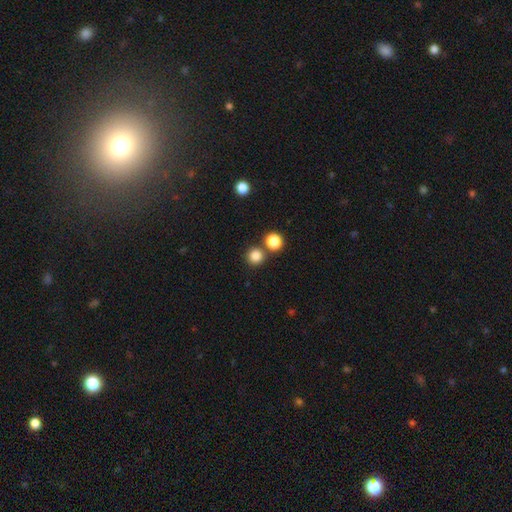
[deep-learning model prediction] Q: Smooth or featured?
A: smooth (83%); runner-up: star or artifact (12%)
Q: How rounded?
A: round (93%); runner-up: in between (6%)
Q: Merging?
A: none (75%); runner-up: merger (17%)